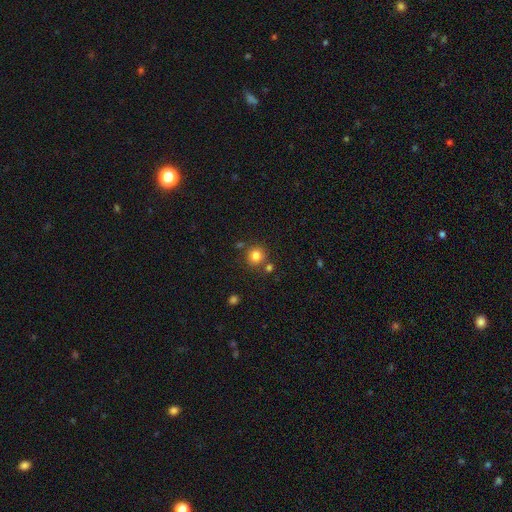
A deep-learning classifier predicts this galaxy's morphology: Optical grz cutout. It shows a smooth galaxy with no disk features (82%) that is round (89%). Merging: none (76%).